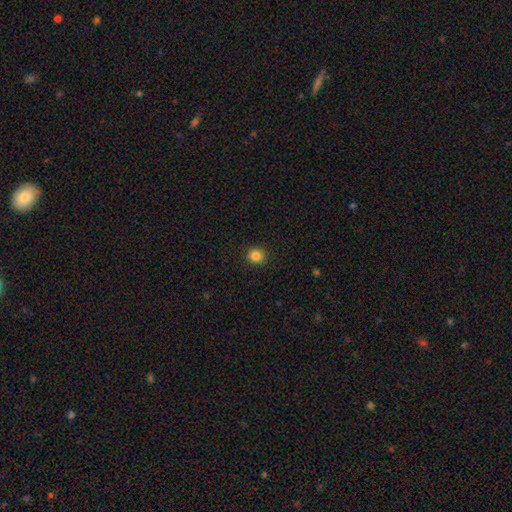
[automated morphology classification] A smooth galaxy with no disk features (85%) that is round (88%).

Vote fractions:
- Smooth or featured? smooth: 85% / star or artifact: 11% / featured or disk: 4%
- How rounded? round: 88% / in between: 11% / cigar-shaped: 1%
- Merging? none: 91% / minor disturbance: 6% / major disturbance: 2% / merger: 1%